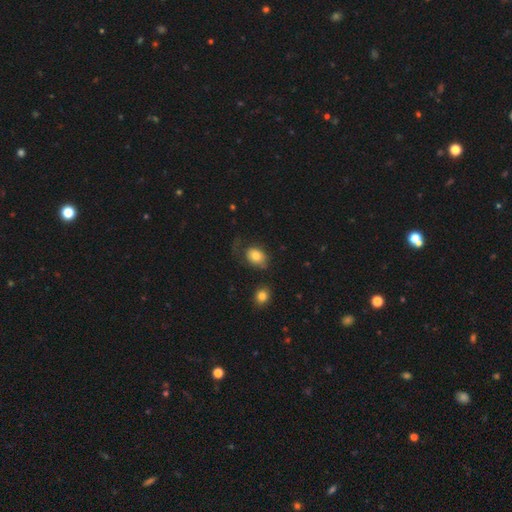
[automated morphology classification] smooth-or-featured: smooth: 78% | featured or disk: 14% | star or artifact: 8%
  how-rounded: in between: 69% | round: 30% | cigar-shaped: 1%
  merging: none: 50% | minor disturbance: 26% | major disturbance: 20% | merger: 4%